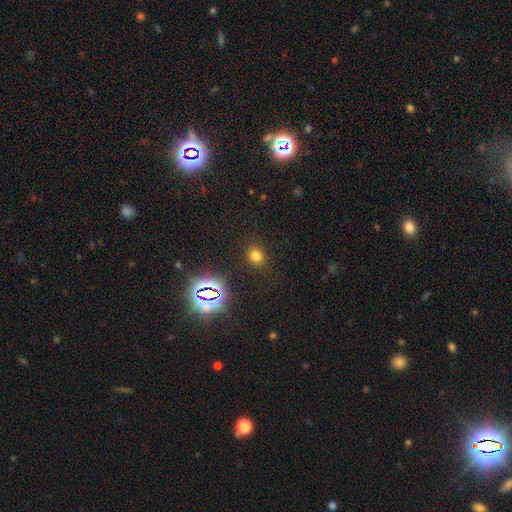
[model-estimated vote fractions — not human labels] Morphology: type=smooth (71%); roundness=round (66%); merging=none (87%).